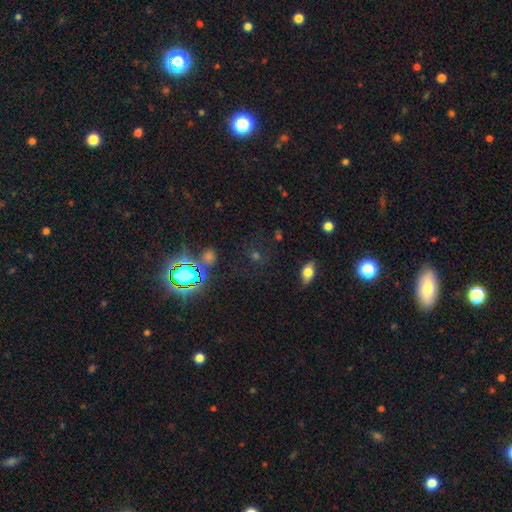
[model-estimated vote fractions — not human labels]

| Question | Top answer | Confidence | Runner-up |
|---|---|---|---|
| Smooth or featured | star or artifact | 69% | smooth (21%) |